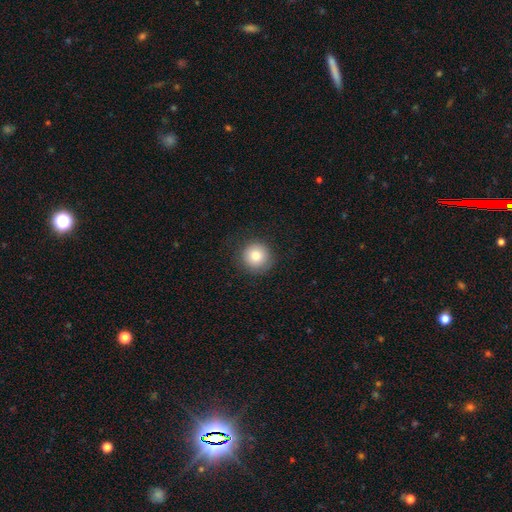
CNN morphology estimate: type=smooth (81%); roundness=round (94%); merging=none (87%).